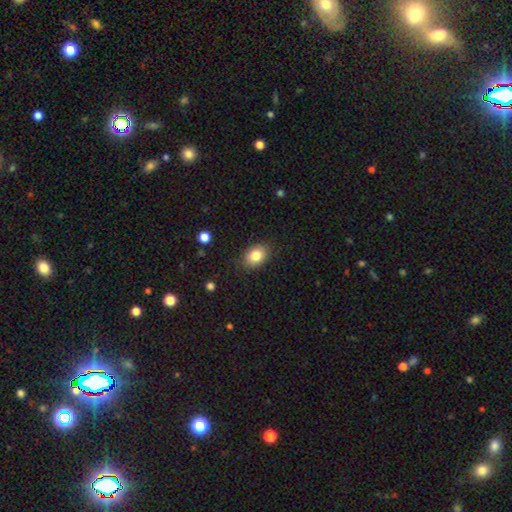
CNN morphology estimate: Q: Smooth or featured?
A: smooth (83%); runner-up: star or artifact (9%)
Q: How rounded?
A: in between (71%); runner-up: round (28%)
Q: Merging?
A: none (85%); runner-up: minor disturbance (11%)